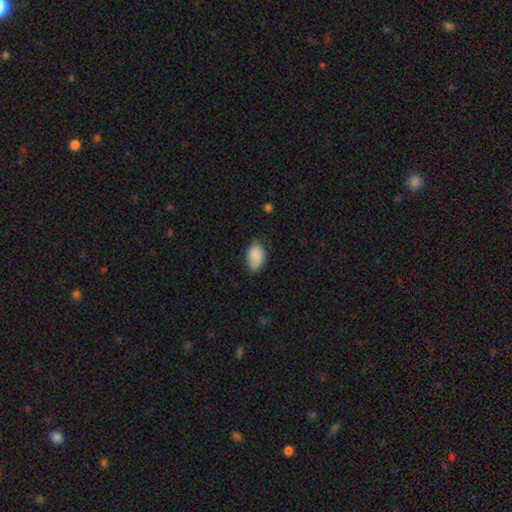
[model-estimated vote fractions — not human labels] Smooth or featured? Predicted: smooth (p=0.82). How rounded? Predicted: in between (p=0.90). Merging? Predicted: none (p=0.71).